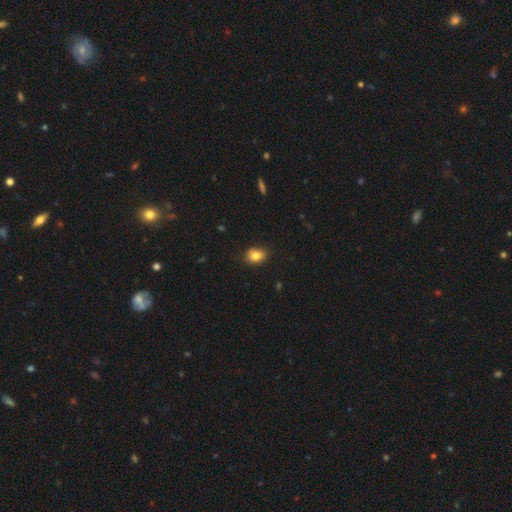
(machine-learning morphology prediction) Smooth or featured? Predicted: smooth (p=0.82). How rounded? Predicted: in between (p=0.63). Merging? Predicted: none (p=0.81).